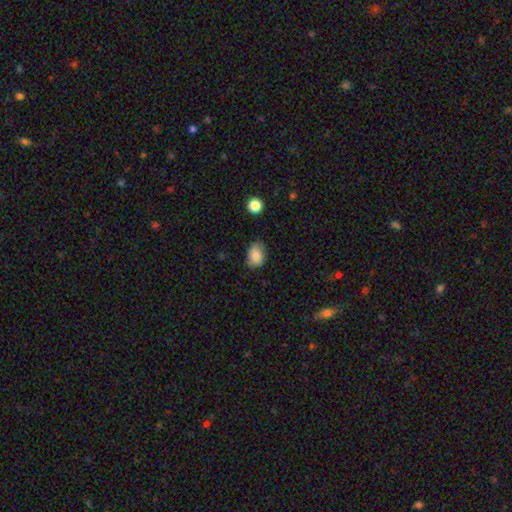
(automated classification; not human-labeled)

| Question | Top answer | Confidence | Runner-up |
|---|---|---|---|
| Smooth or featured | smooth | 85% | star or artifact (9%) |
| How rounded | in between | 74% | round (25%) |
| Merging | none | 62% | minor disturbance (31%) |